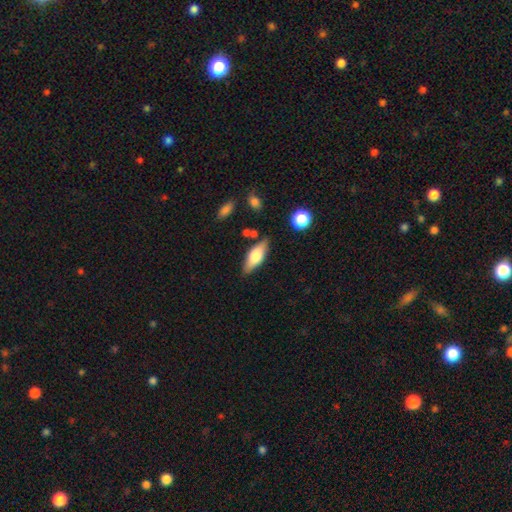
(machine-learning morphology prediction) type=smooth (61%); roundness=in between (69%); merging=none (79%).